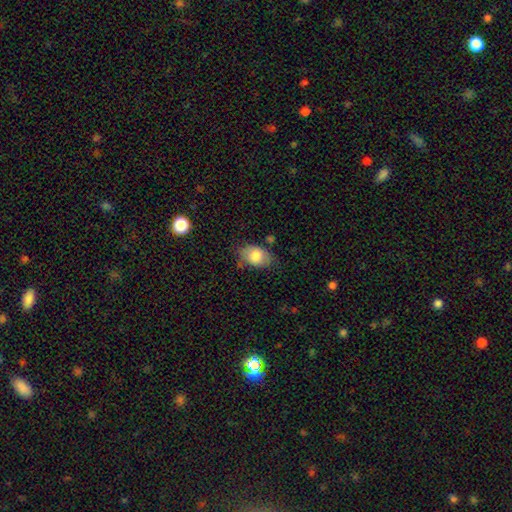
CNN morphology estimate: Smooth or featured: smooth — 78% (featured or disk — 15%)
How rounded: in between — 84% (round — 15%)
Merging: none — 63% (minor disturbance — 26%)